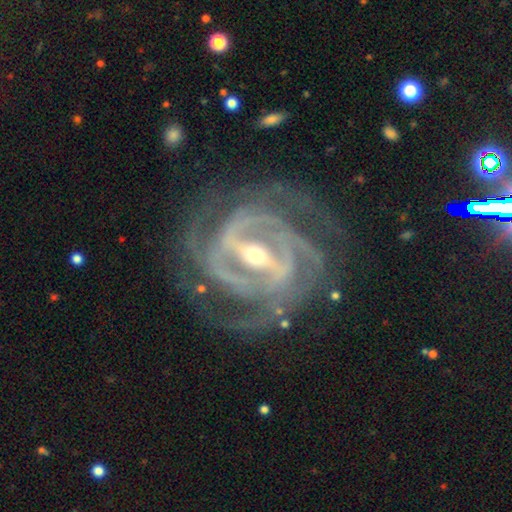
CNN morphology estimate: Smooth or featured?
  - featured or disk: 93% *
  - star or artifact: 4%
  - smooth: 2%
Edge-on disk?
  - no: 96% *
  - yes: 4%
Bar?
  - strong: 75% *
  - weak: 19%
  - no: 5%
Spiral arms?
  - yes: 98% *
  - no: 2%
Spiral winding?
  - tight: 67% *
  - medium: 29%
  - loose: 4%
Spiral arm count?
  - 3: 32% *
  - 4: 24%
  - 2: 19%
  - can't tell: 13%
  - more than 4: 7%
  - 1: 6%
Bulge size?
  - moderate: 50% *
  - small: 46%
  - large: 3%
  - none: 1%
  - dominant: 1%
Merging?
  - none: 76% *
  - minor disturbance: 14%
  - major disturbance: 8%
  - merger: 1%